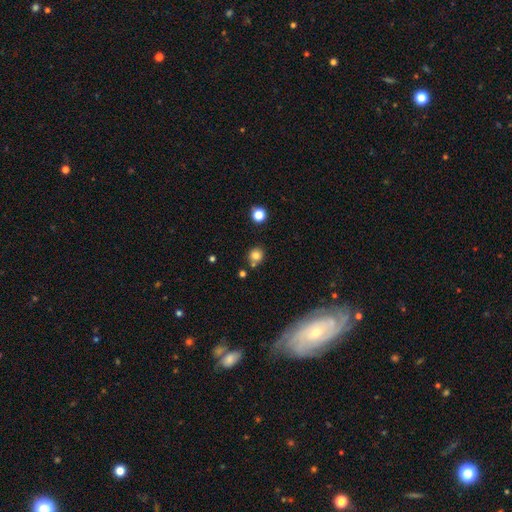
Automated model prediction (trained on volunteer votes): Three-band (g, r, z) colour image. It shows a smooth galaxy with no disk features (80%) that is round (84%). Merging: none (73%).